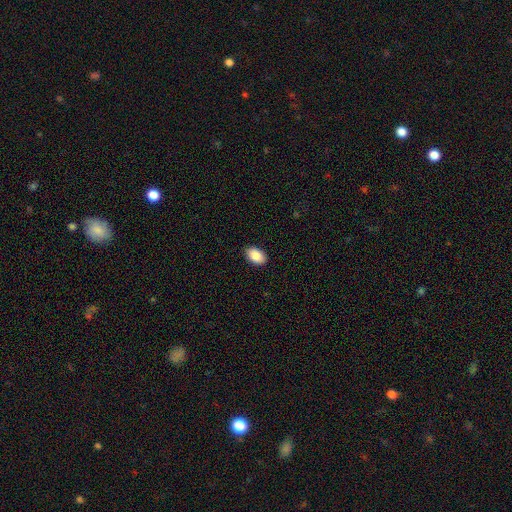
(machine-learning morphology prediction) A smooth galaxy with no disk features (89%) that is in between round and cigar-shaped (91%).

Vote fractions:
- Smooth or featured? smooth: 89% / star or artifact: 7% / featured or disk: 4%
- How rounded? in between: 91% / round: 8% / cigar-shaped: 1%
- Merging? none: 88% / minor disturbance: 9% / major disturbance: 2% / merger: 1%